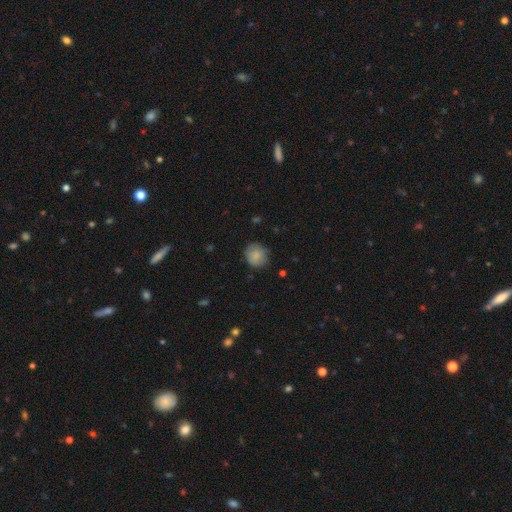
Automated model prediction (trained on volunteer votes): This appears to be a smooth galaxy with no disk features (85%) that is round (79%). Merging: none (78%).